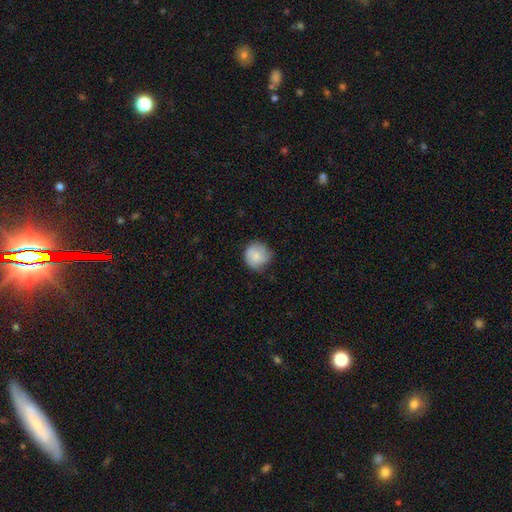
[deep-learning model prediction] Smooth or featured: smooth — 84% (featured or disk — 9%)
How rounded: round — 92% (in between — 7%)
Merging: none — 73% (minor disturbance — 22%)